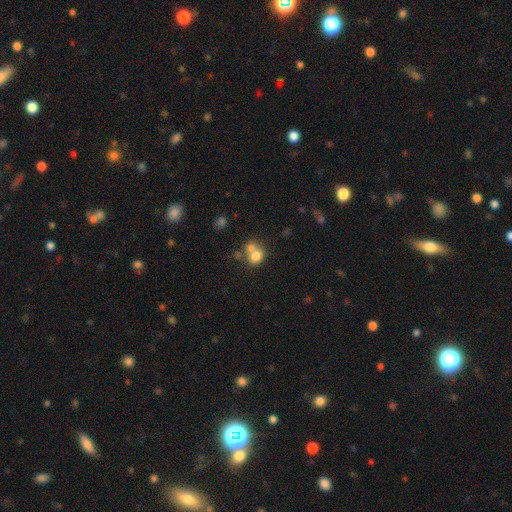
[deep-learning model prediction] smooth_or_featured: smooth (p=0.74) [alt: featured or disk p=0.15]
how_rounded: round (p=0.60) [alt: in between p=0.39]
merging: merger (p=0.50) [alt: none p=0.35]